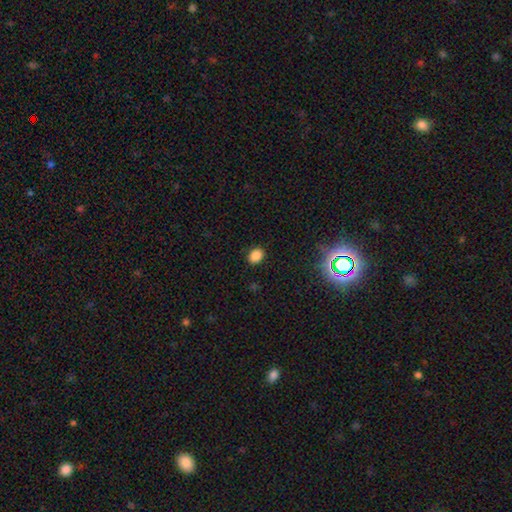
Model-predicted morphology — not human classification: A smooth galaxy with no disk features (85%) that is in between round and cigar-shaped (60%). Merging: none (89%).